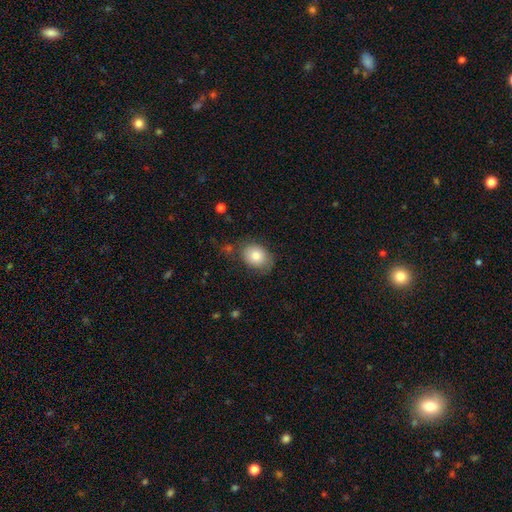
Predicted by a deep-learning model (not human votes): Morphology: type=smooth (81%); roundness=in between (61%); merging=none (71%).